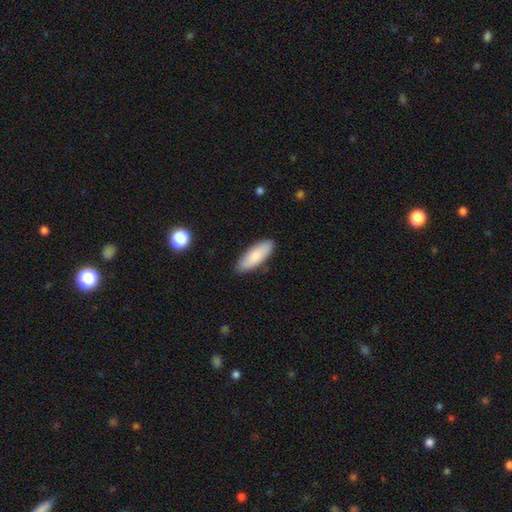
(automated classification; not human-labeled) Smooth or featured?
  - smooth: 85% *
  - featured or disk: 9%
  - star or artifact: 5%
How rounded?
  - in between: 65% *
  - cigar-shaped: 34%
  - round: 2%
Merging?
  - none: 88% *
  - minor disturbance: 9%
  - major disturbance: 2%
  - merger: 1%